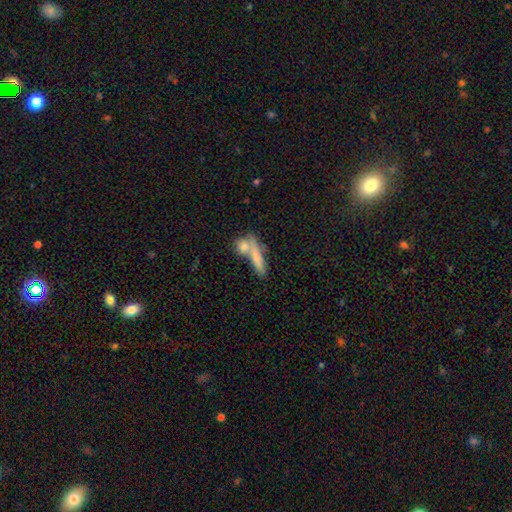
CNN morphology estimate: This is likely a smooth galaxy (70%). How rounded: likely cigar-shaped (69%). Merging: possibly none (47%).